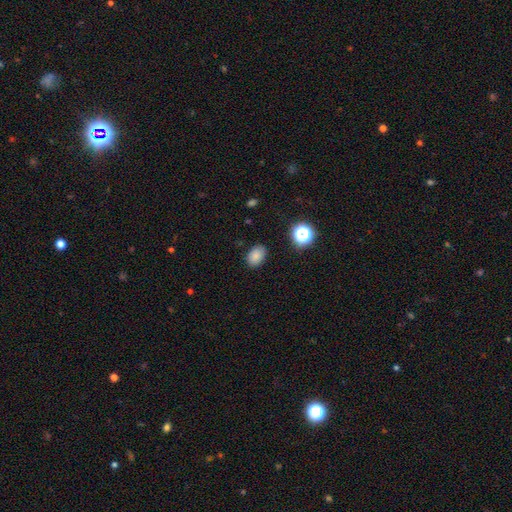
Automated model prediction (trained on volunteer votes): Smooth or featured?
  - smooth: 83% *
  - star or artifact: 12%
  - featured or disk: 5%
How rounded?
  - in between: 79% *
  - round: 20%
  - cigar-shaped: 1%
Merging?
  - none: 86% *
  - minor disturbance: 10%
  - major disturbance: 3%
  - merger: 1%